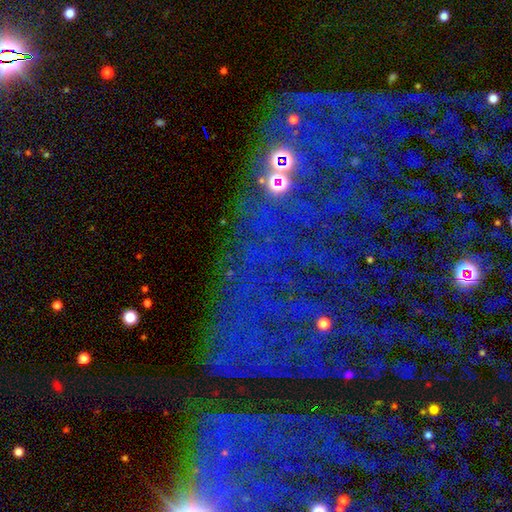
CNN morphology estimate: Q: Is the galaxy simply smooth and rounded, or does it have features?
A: star or artifact — 78%.